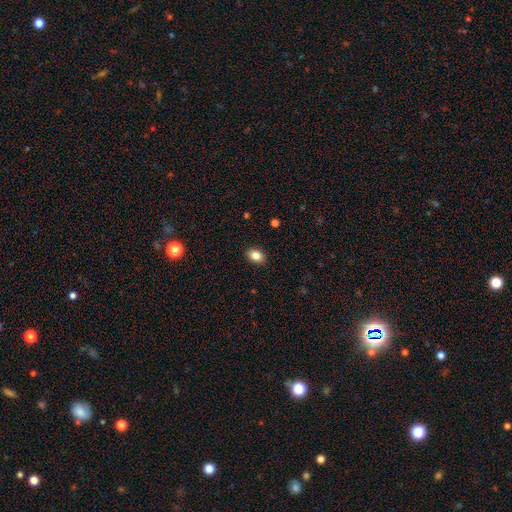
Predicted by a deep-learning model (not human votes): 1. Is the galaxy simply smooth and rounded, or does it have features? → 85% smooth, 9% star or artifact, 6% featured or disk.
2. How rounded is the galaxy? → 70% in between, 29% round, 1% cigar-shaped.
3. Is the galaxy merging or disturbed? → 89% none, 8% minor disturbance, 2% major disturbance, 1% merger.